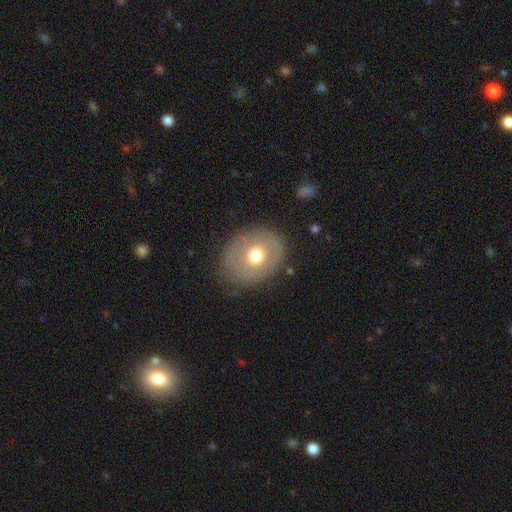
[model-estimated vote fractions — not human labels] Morphology: type=smooth (61%); roundness=in between (52%); merging=none (78%).